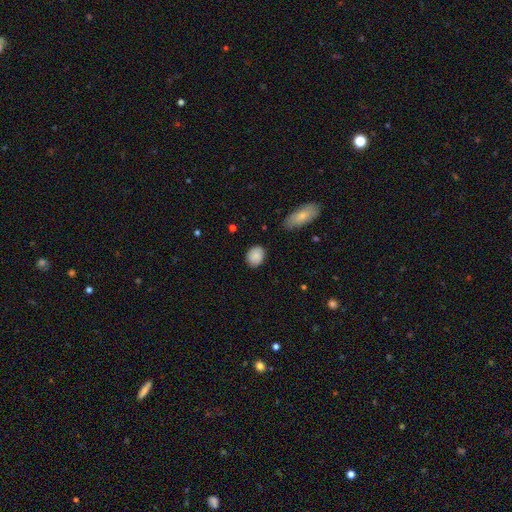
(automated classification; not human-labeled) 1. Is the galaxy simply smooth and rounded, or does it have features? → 86% smooth, 8% star or artifact, 6% featured or disk.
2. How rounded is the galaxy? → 50% in between, 49% round, 1% cigar-shaped.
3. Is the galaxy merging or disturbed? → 82% none, 14% minor disturbance, 3% major disturbance, 2% merger.